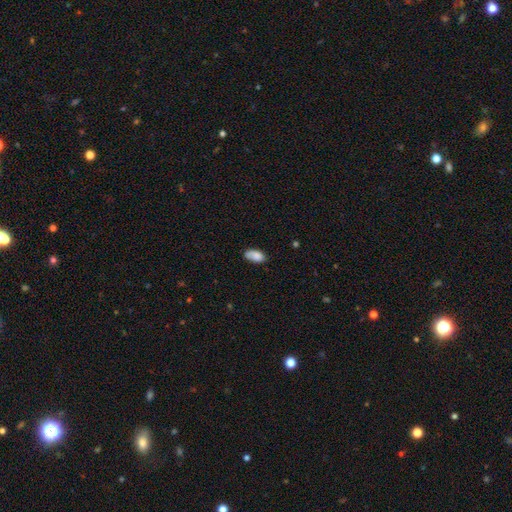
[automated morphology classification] smooth-or-featured: smooth: 78% | featured or disk: 15% | star or artifact: 7%
  how-rounded: in between: 92% | round: 4% | cigar-shaped: 3%
  merging: none: 62% | minor disturbance: 27% | major disturbance: 8% | merger: 3%